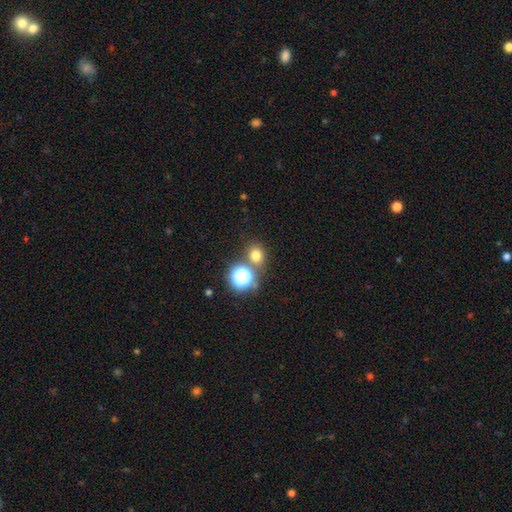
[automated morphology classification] Overall: smooth (71%). How rounded: round (73%). Merging: none (74%).